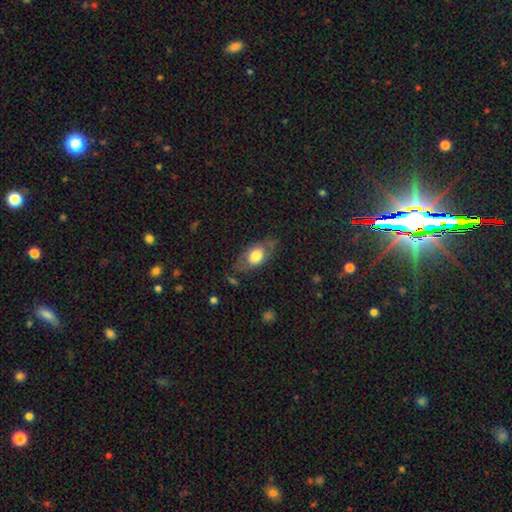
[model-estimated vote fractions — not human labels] The model was most divided on "smooth or featured": smooth: 65%, featured or disk: 28%, star or artifact: 7%. More confident: how rounded — in between (83%); merging — none (68%).